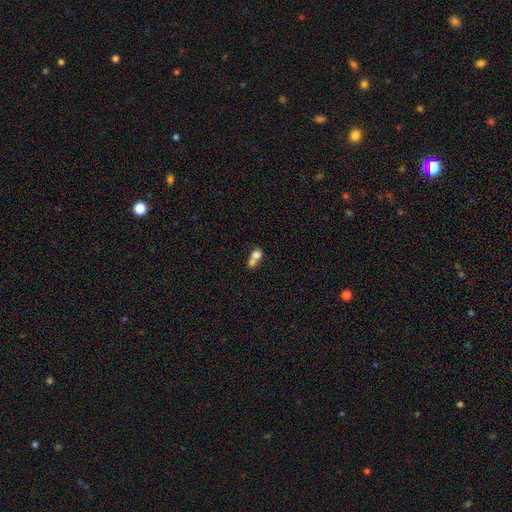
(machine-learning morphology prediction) A smooth galaxy with no disk features (73%) that is round (56%).

Vote fractions:
- Smooth or featured? smooth: 73% / featured or disk: 17% / star or artifact: 10%
- How rounded? round: 56% / in between: 43% / cigar-shaped: 2%
- Merging? merger: 73% / none: 18% / minor disturbance: 5% / major disturbance: 4%